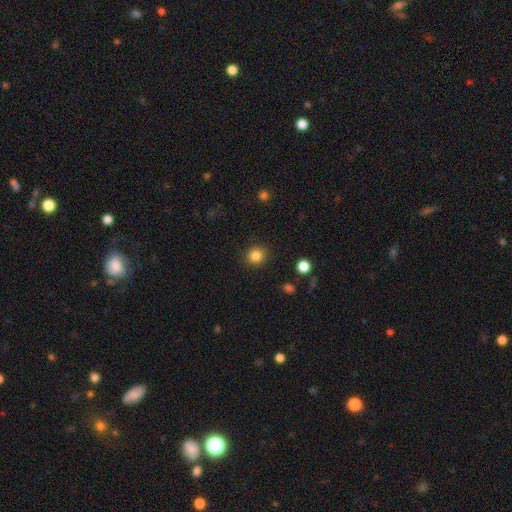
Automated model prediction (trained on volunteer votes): Smooth or featured?
  - smooth: 84% *
  - star or artifact: 11%
  - featured or disk: 4%
How rounded?
  - round: 90% *
  - in between: 9%
  - cigar-shaped: 1%
Merging?
  - none: 90% *
  - minor disturbance: 6%
  - major disturbance: 2%
  - merger: 1%